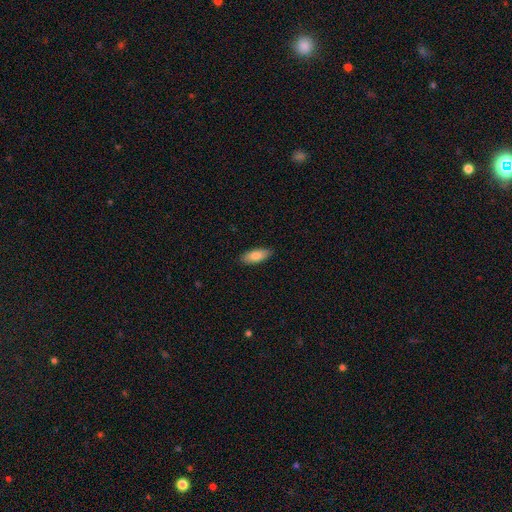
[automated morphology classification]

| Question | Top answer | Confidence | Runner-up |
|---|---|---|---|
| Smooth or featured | smooth | 82% | featured or disk (12%) |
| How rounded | in between | 78% | cigar-shaped (20%) |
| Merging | none | 88% | minor disturbance (9%) |